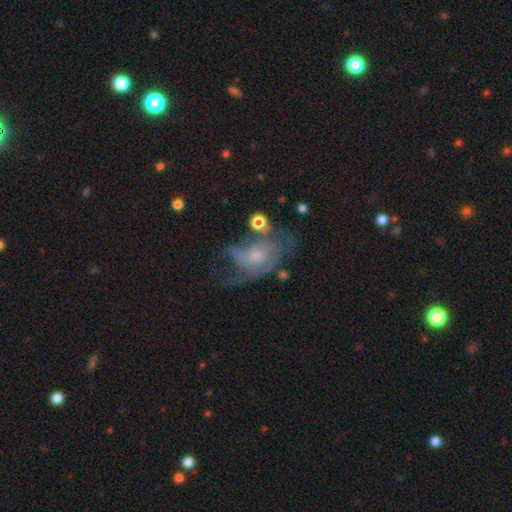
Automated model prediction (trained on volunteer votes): A featured or disk galaxy (69%) with no bar (72%), spiral arms (74%) and a small central bulge (51%). Merging: major disturbance (38%).